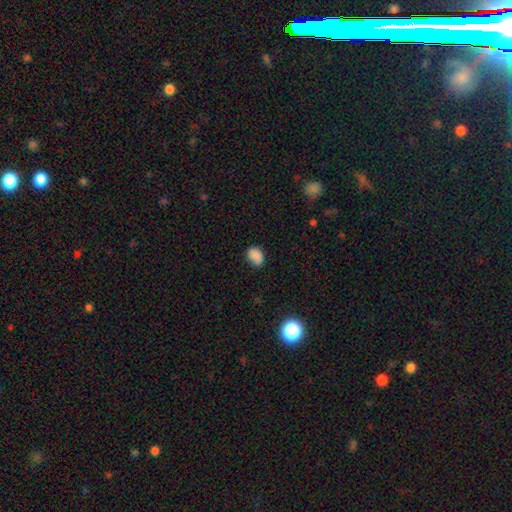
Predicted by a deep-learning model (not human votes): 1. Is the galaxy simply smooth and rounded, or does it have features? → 86% smooth, 10% star or artifact, 5% featured or disk.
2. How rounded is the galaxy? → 75% in between, 24% round, 1% cigar-shaped.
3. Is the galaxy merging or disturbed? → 72% none, 23% minor disturbance, 4% major disturbance, 1% merger.